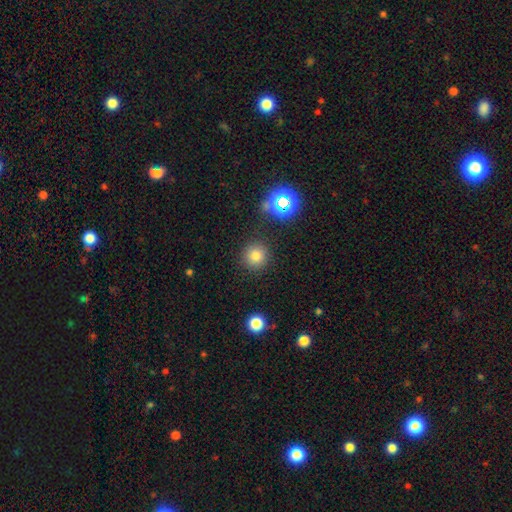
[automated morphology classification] This is likely a smooth galaxy (76%). How rounded: clearly round (94%). Merging: clearly none (88%).